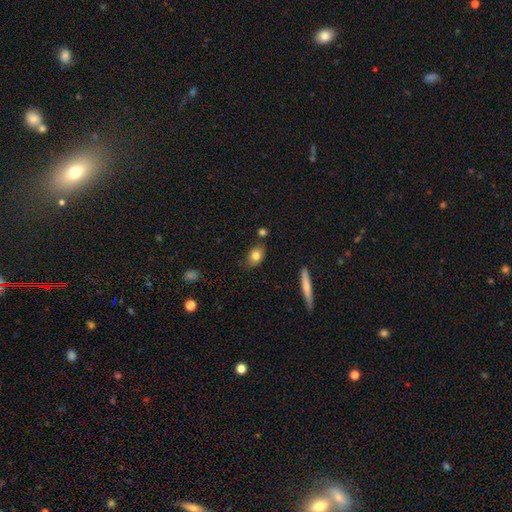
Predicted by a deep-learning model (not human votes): The model was most divided on "how rounded": in between: 76%, round: 20%, cigar-shaped: 4%. More confident: merging — none (79%); smooth or featured — smooth (78%).